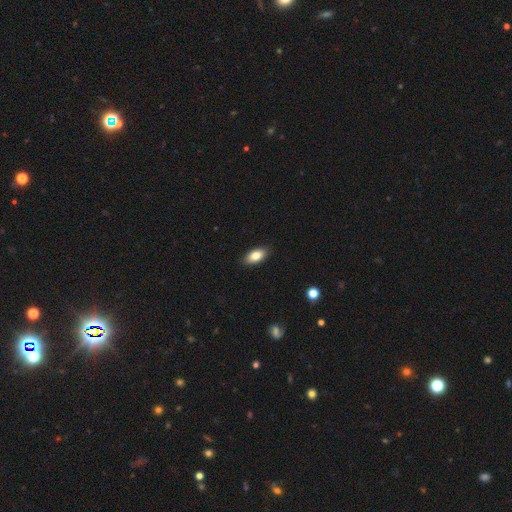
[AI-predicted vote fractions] A smooth galaxy with no disk features (83%) that is in between round and cigar-shaped (90%).

Vote fractions:
- Smooth or featured? smooth: 83% / featured or disk: 9% / star or artifact: 7%
- How rounded? in between: 90% / cigar-shaped: 6% / round: 4%
- Merging? none: 88% / minor disturbance: 9% / major disturbance: 2% / merger: 1%